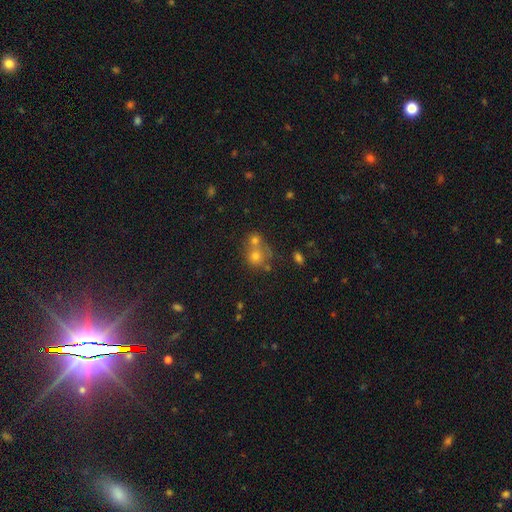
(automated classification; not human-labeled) A smooth galaxy with no disk features (64%) that is round (80%).

Vote fractions:
- Smooth or featured? smooth: 64% / star or artifact: 20% / featured or disk: 16%
- How rounded? round: 80% / in between: 19% / cigar-shaped: 1%
- Merging? merger: 47% / none: 40% / minor disturbance: 8% / major disturbance: 5%